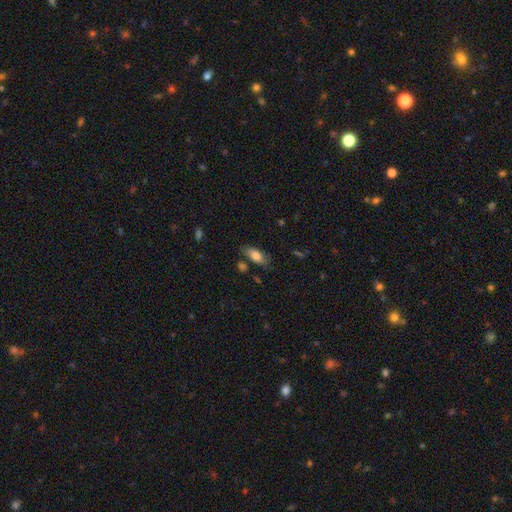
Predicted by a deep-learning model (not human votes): Morphology: type=smooth (75%); roundness=in between (85%); merging=none (65%).